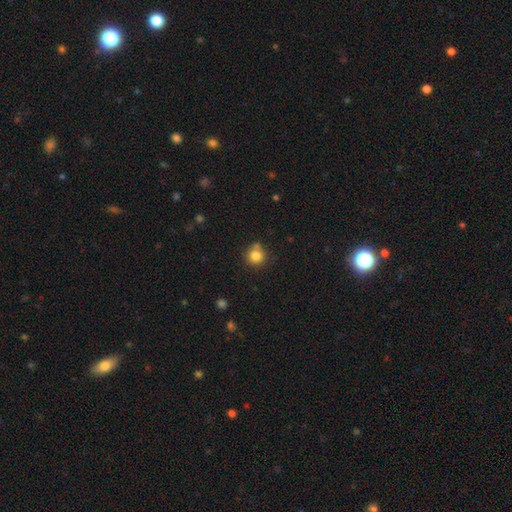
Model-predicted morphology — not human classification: Overall: smooth (82%). How rounded: round (92%). Merging: none (72%).